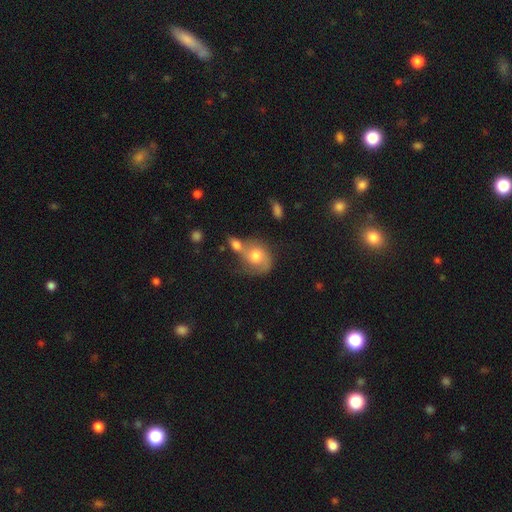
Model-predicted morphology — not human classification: smooth 50%, featured or disk 41%, star or artifact 8%. Down the decision tree: how rounded — round (60%); merging — merger (45%).